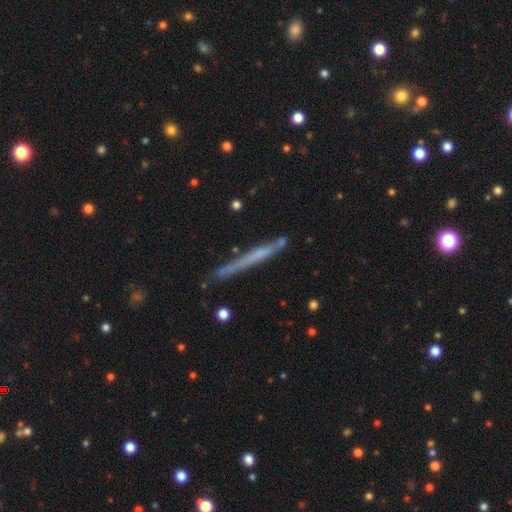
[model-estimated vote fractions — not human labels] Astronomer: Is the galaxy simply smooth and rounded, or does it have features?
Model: featured or disk — 48% (runner-up: smooth, 44%).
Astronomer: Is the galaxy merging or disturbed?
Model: none — 74%.